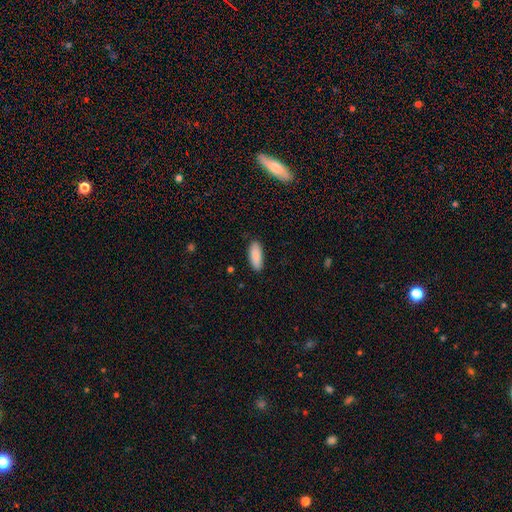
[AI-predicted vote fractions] smooth-or-featured: smooth: 90% | star or artifact: 6% | featured or disk: 4%
  how-rounded: in between: 78% | cigar-shaped: 20% | round: 2%
  merging: none: 88% | minor disturbance: 9% | major disturbance: 2% | merger: 1%